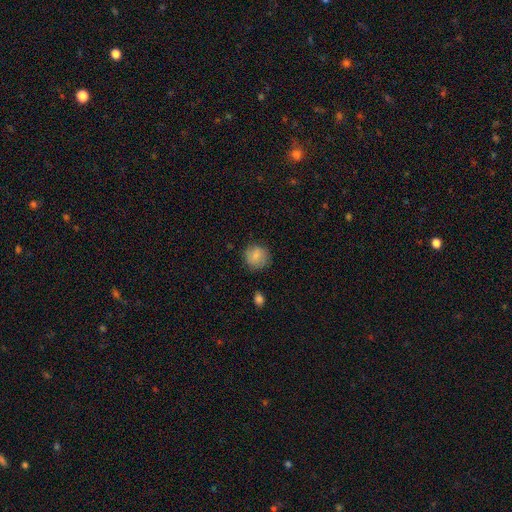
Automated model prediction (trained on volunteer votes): smooth_or_featured: smooth (p=0.84) [alt: star or artifact p=0.09]
how_rounded: round (p=0.87) [alt: in between p=0.12]
merging: none (p=0.80) [alt: minor disturbance p=0.14]